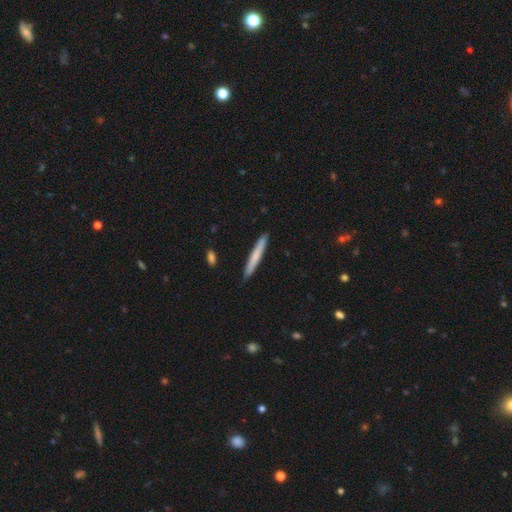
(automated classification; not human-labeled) smooth 70%, featured or disk 25%, star or artifact 5%. Down the decision tree: how rounded — cigar-shaped (96%); merging — none (91%).